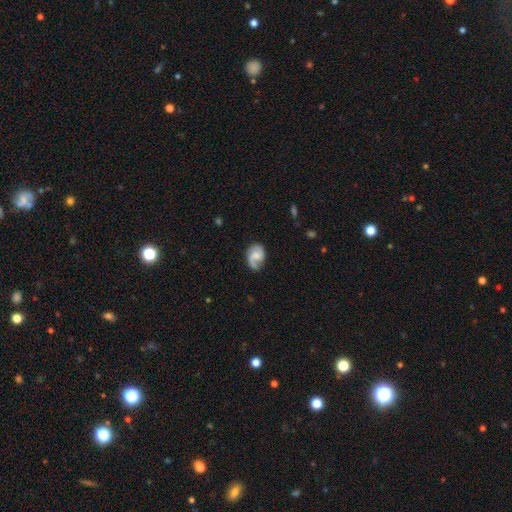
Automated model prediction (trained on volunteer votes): Smooth or featured: featured or disk — 73% (smooth — 21%)
Edge-on disk: no — 98% (yes — 2%)
Bar: no — 51% (weak — 42%)
Spiral arms: yes — 94% (no — 6%)
Spiral winding: medium — 46% (loose — 34%)
Spiral arm count: 2 — 76% (1 — 16%)
Bulge size: moderate — 39% (small — 36%)
Merging: none — 66% (minor disturbance — 23%)